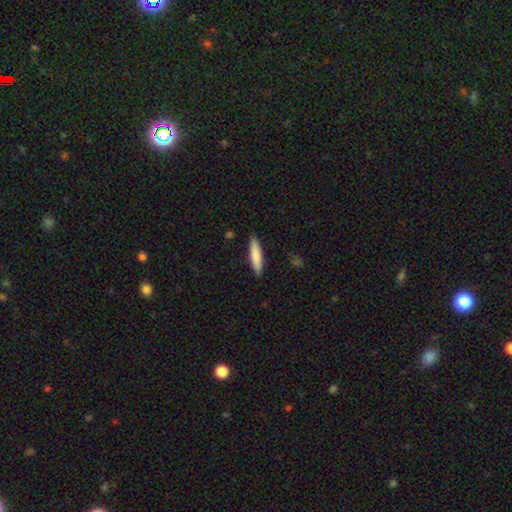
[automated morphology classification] smooth-or-featured: smooth: 82% | featured or disk: 13% | star or artifact: 5%
  how-rounded: cigar-shaped: 83% | in between: 16% | round: 1%
  merging: none: 89% | minor disturbance: 8% | major disturbance: 2% | merger: 1%